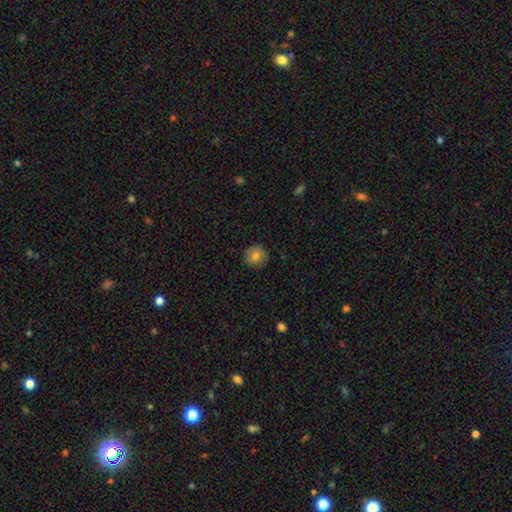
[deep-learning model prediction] Q: Smooth or featured?
A: smooth (79%); runner-up: featured or disk (12%)
Q: How rounded?
A: round (93%); runner-up: in between (6%)
Q: Merging?
A: none (87%); runner-up: minor disturbance (10%)